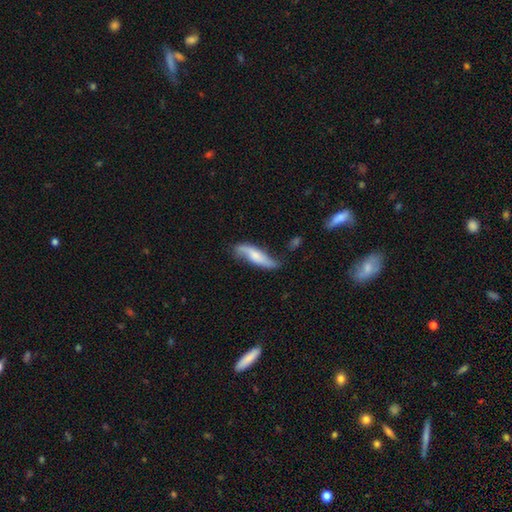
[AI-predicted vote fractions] The model was most divided on "smooth or featured": featured or disk: 53%, smooth: 41%, star or artifact: 6%. More confident: edge-on disk — no (72%); merging — none (58%).